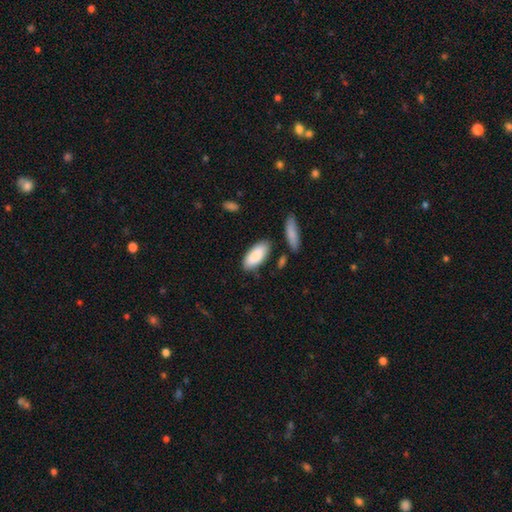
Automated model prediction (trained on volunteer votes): Q: Smooth or featured?
A: smooth (87%); runner-up: featured or disk (8%)
Q: How rounded?
A: in between (88%); runner-up: cigar-shaped (10%)
Q: Merging?
A: none (79%); runner-up: minor disturbance (13%)